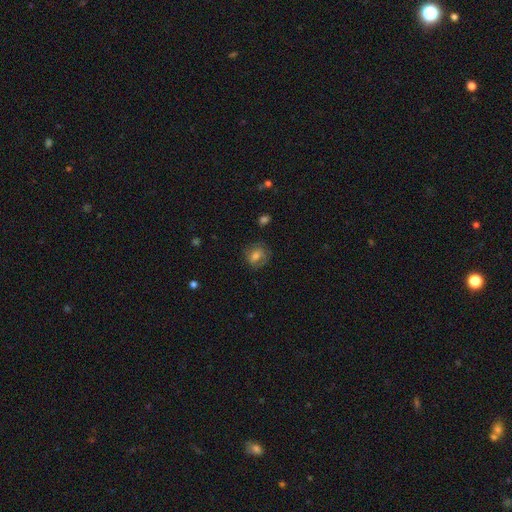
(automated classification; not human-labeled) smooth-or-featured: smooth: 64% | featured or disk: 26% | star or artifact: 11%
  how-rounded: round: 61% | in between: 37% | cigar-shaped: 1%
  merging: none: 72% | minor disturbance: 19% | major disturbance: 8% | merger: 2%